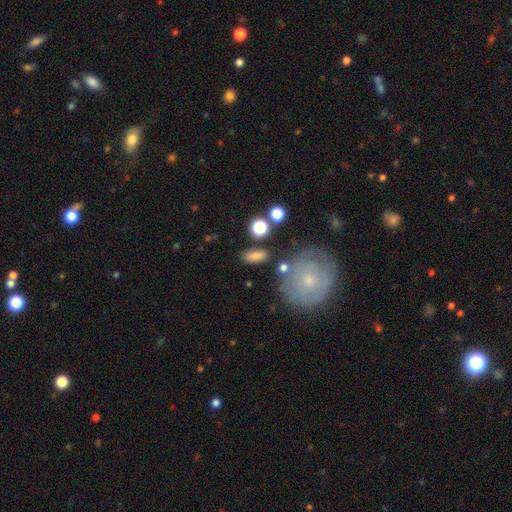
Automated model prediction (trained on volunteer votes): smooth 80%, star or artifact 10%, featured or disk 9%. Down the decision tree: how rounded — in between (80%); merging — none (79%).